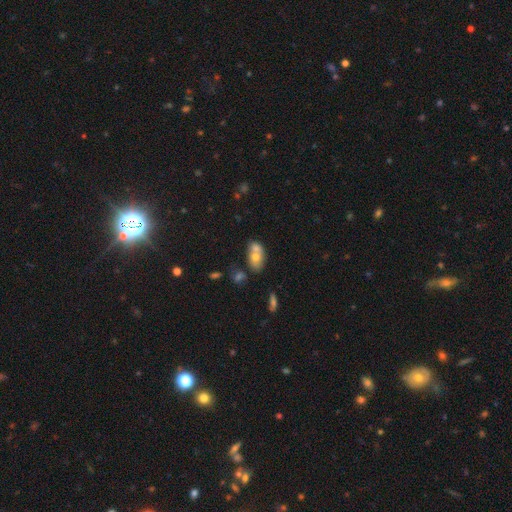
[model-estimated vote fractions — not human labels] Q: Smooth or featured?
A: smooth (66%); runner-up: featured or disk (25%)
Q: How rounded?
A: in between (80%); runner-up: round (17%)
Q: Merging?
A: merger (57%); runner-up: none (28%)